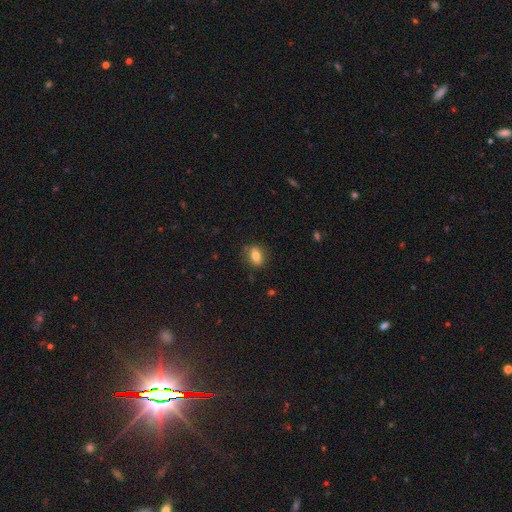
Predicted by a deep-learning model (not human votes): The model was most divided on "how rounded": in between: 76%, round: 20%, cigar-shaped: 5%. More confident: merging — none (82%); smooth or featured — smooth (81%).